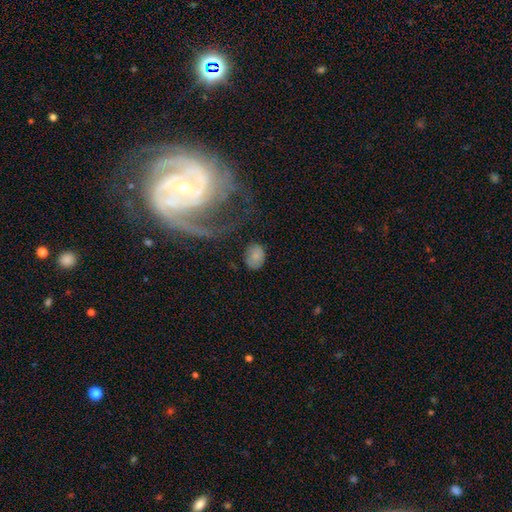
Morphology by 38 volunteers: Smooth or featured? smooth (89%)
How rounded? round (56%)
Merging? none (81%)